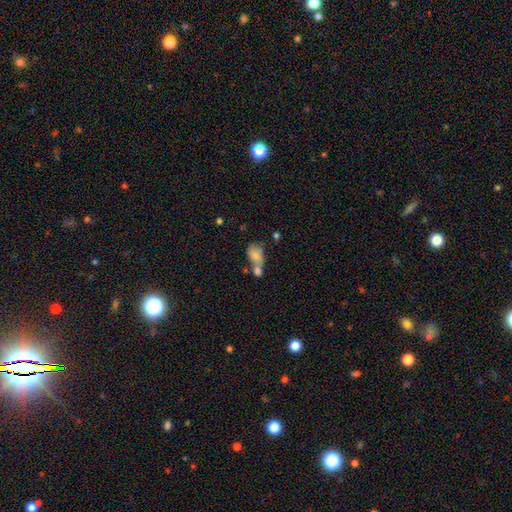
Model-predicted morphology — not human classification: Smooth or featured: smooth — 69% (featured or disk — 21%)
How rounded: in between — 76% (round — 21%)
Merging: merger — 62% (none — 18%)